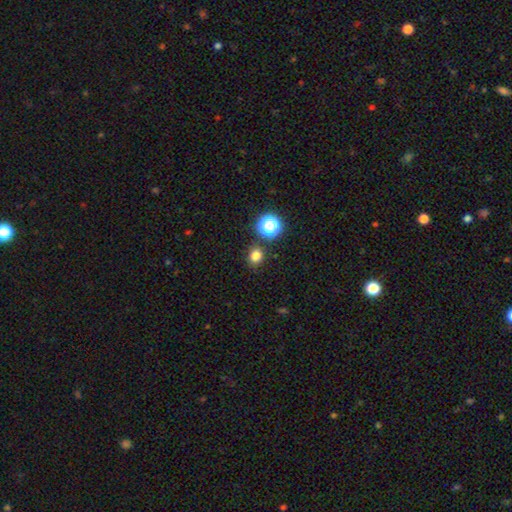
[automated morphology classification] Smooth or featured? smooth (78%)
How rounded? round (78%)
Merging? none (85%)